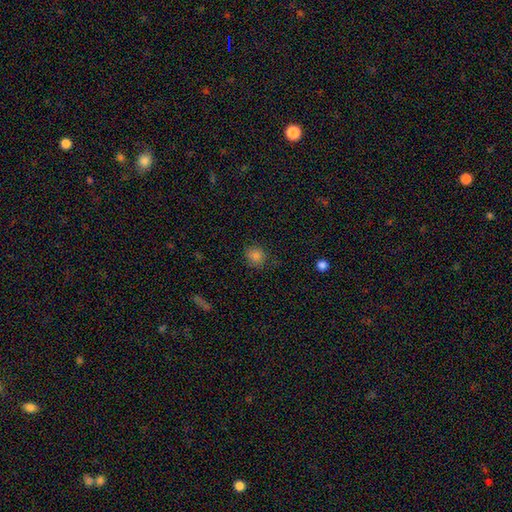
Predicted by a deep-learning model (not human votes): The model was most divided on "smooth or featured": smooth: 80%, star or artifact: 14%, featured or disk: 6%. More confident: how rounded — round (86%); merging — none (83%).